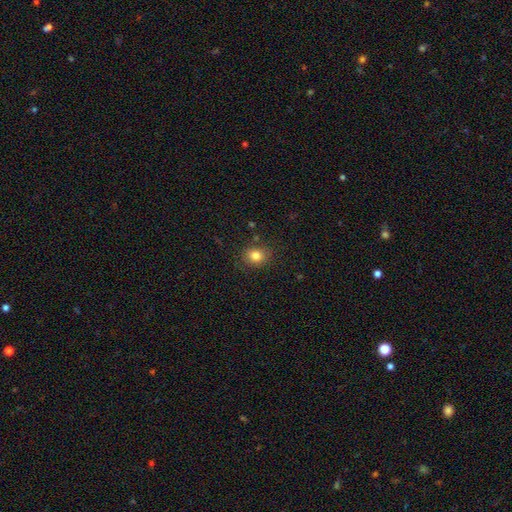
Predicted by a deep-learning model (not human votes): Q: Smooth or featured?
A: smooth (81%); runner-up: star or artifact (12%)
Q: How rounded?
A: round (72%); runner-up: in between (27%)
Q: Merging?
A: none (83%); runner-up: minor disturbance (11%)